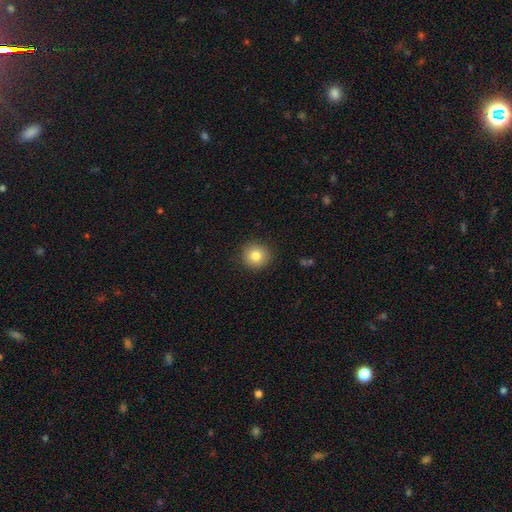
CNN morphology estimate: smooth_or_featured: smooth (p=0.82) [alt: star or artifact p=0.10]
how_rounded: round (p=0.93) [alt: in between p=0.06]
merging: none (p=0.90) [alt: minor disturbance p=0.07]